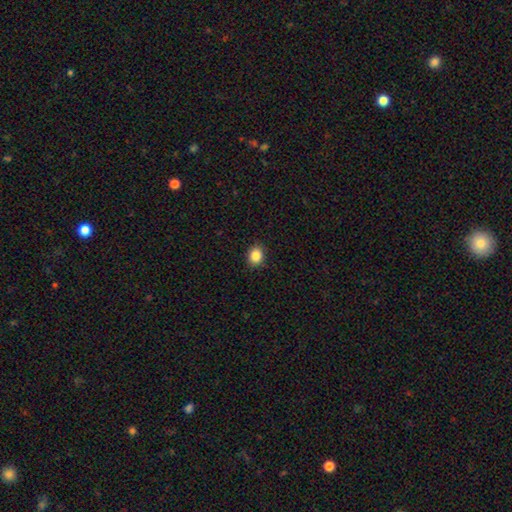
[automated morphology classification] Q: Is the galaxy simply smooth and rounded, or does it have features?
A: smooth — 86%.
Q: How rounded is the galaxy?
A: round — 60%.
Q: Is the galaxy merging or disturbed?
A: none — 90%.